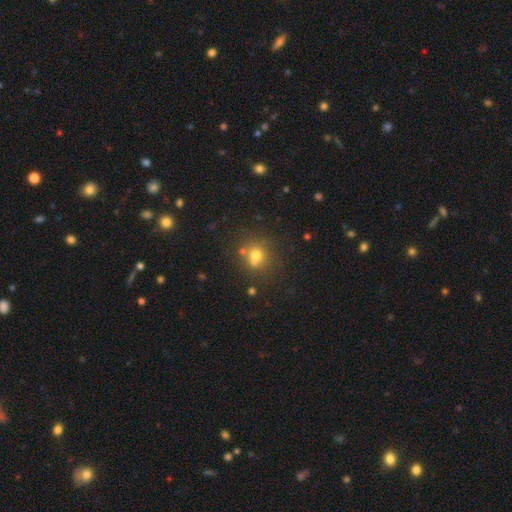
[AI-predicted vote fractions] This appears to be a smooth galaxy with no disk features (68%) that is round (83%). Merging: none (60%).